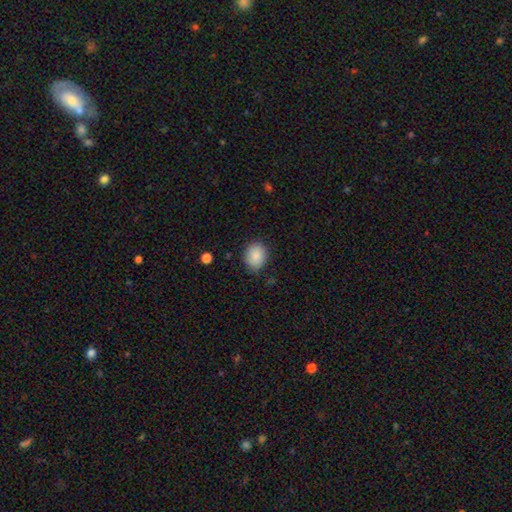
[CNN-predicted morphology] Smooth or featured?
  - smooth: 87% *
  - star or artifact: 7%
  - featured or disk: 5%
How rounded?
  - round: 54% *
  - in between: 45%
  - cigar-shaped: 1%
Merging?
  - none: 83% *
  - minor disturbance: 13%
  - major disturbance: 3%
  - merger: 1%